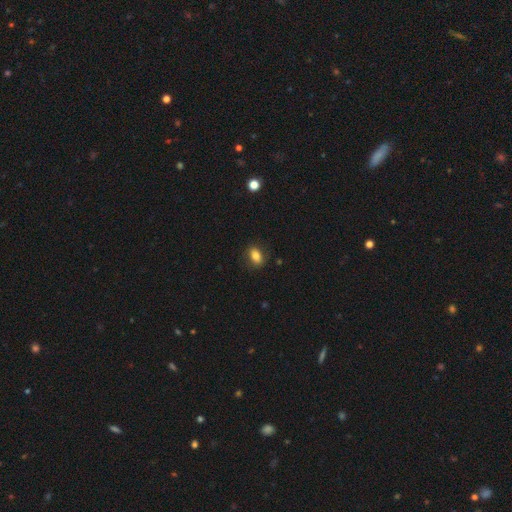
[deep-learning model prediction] This is clearly a smooth galaxy (82%). How rounded: clearly in between (81%). Merging: clearly none (84%).